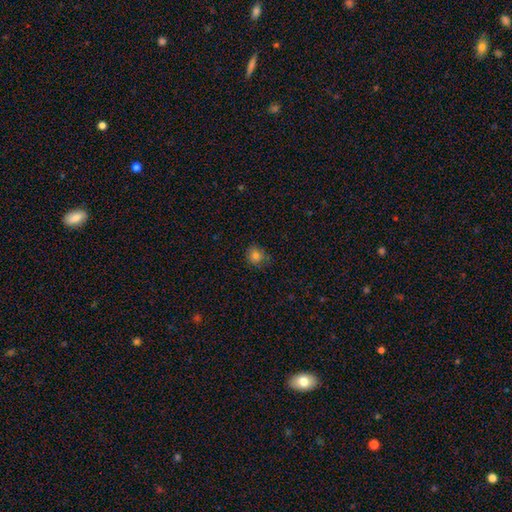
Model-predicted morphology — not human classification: A smooth galaxy with no disk features (82%) that is round (73%). Merging: none (74%).